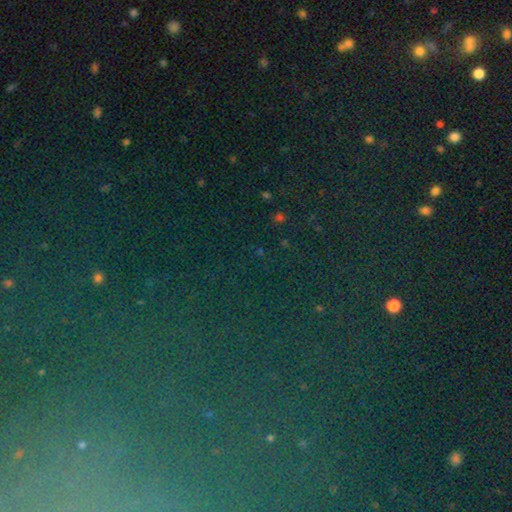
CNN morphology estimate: smooth_or_featured: star or artifact (p=0.79) [alt: smooth p=0.11]